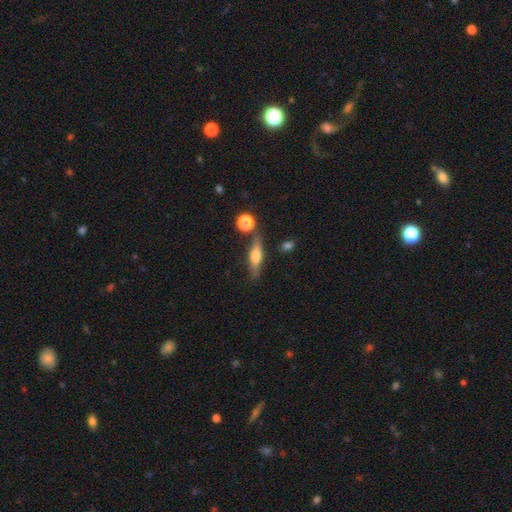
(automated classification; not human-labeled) smooth 48%, featured or disk 45%, star or artifact 8%. Down the decision tree: merging — none (73%).